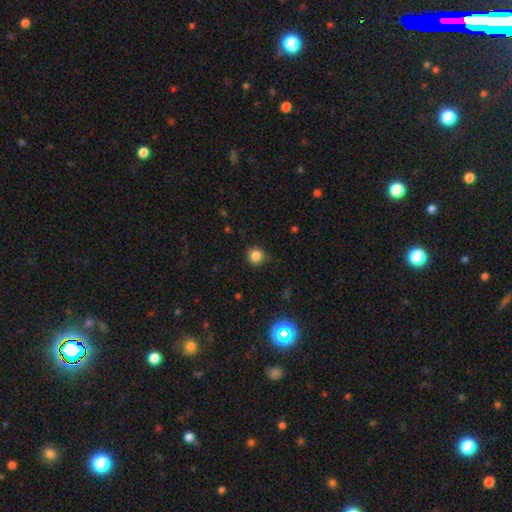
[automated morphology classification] The model was most divided on "merging": none: 80%, minor disturbance: 16%, major disturbance: 4%, merger: 1%. More confident: how rounded — round (91%); smooth or featured — smooth (82%).